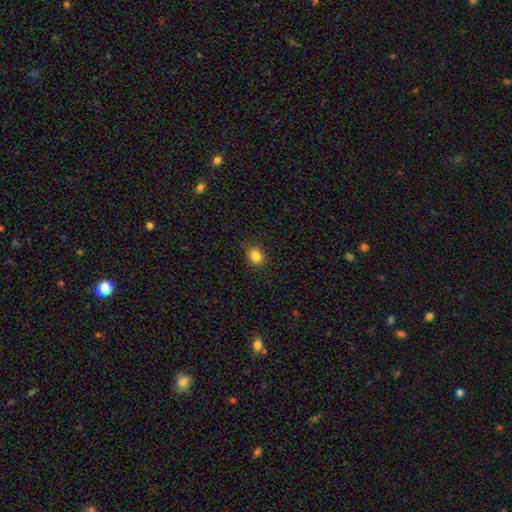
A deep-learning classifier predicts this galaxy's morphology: A smooth galaxy with no disk features (83%) that is round (64%).

Vote fractions:
- Smooth or featured? smooth: 83% / star or artifact: 11% / featured or disk: 5%
- How rounded? round: 64% / in between: 35% / cigar-shaped: 1%
- Merging? none: 85% / minor disturbance: 12% / major disturbance: 3% / merger: 1%